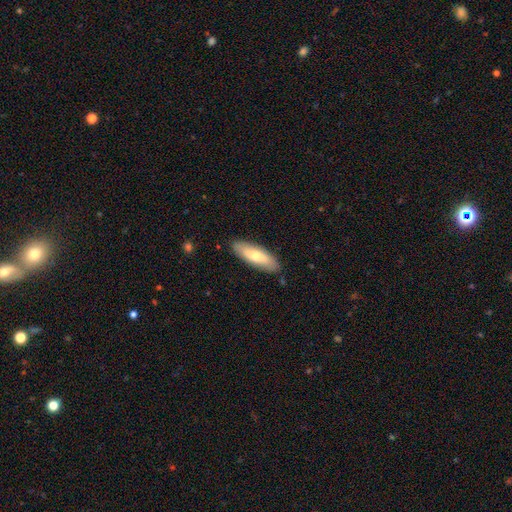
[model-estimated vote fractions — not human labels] smooth 64%, featured or disk 31%, star or artifact 5%. Down the decision tree: how rounded — in between (58%); merging — none (86%).